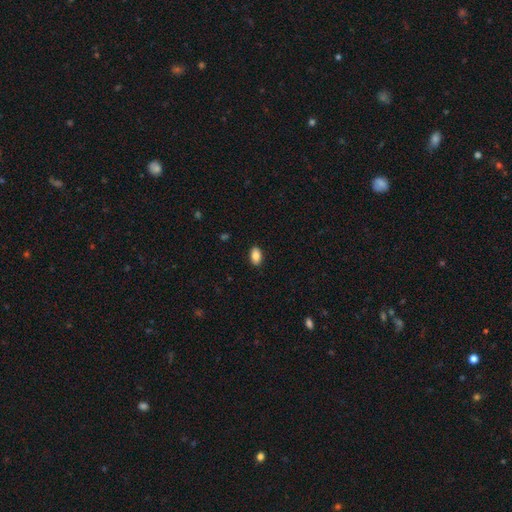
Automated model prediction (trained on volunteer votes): smooth_or_featured: smooth (p=0.87) [alt: star or artifact p=0.08]
how_rounded: in between (p=0.91) [alt: round p=0.07]
merging: none (p=0.89) [alt: minor disturbance p=0.08]